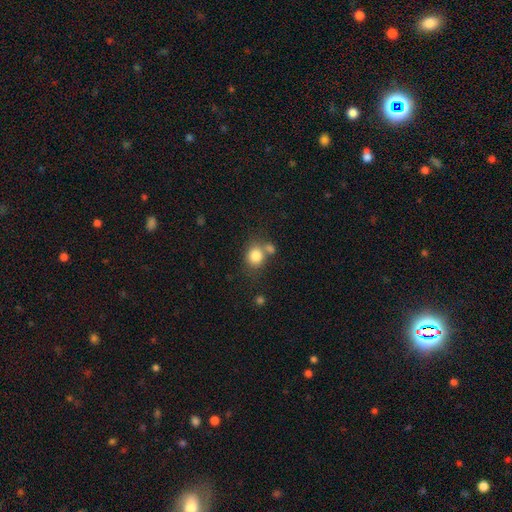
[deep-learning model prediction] Overall: smooth (82%). How rounded: round (71%). Merging: none (56%; merger 26%).